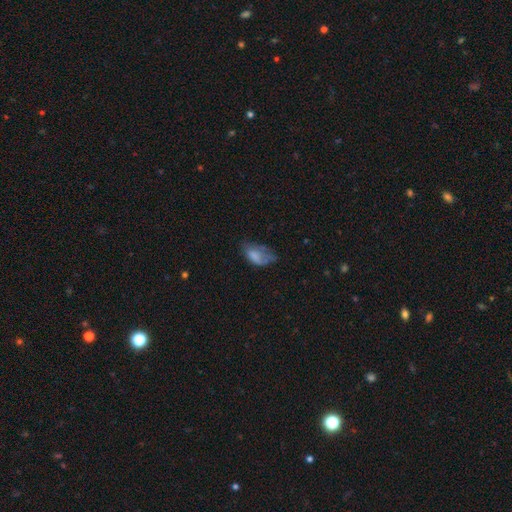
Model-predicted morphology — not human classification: Smooth or featured: smooth — 68% (featured or disk — 22%)
How rounded: in between — 91% (round — 6%)
Merging: major disturbance — 34% (tied with minor disturbance — 34%)